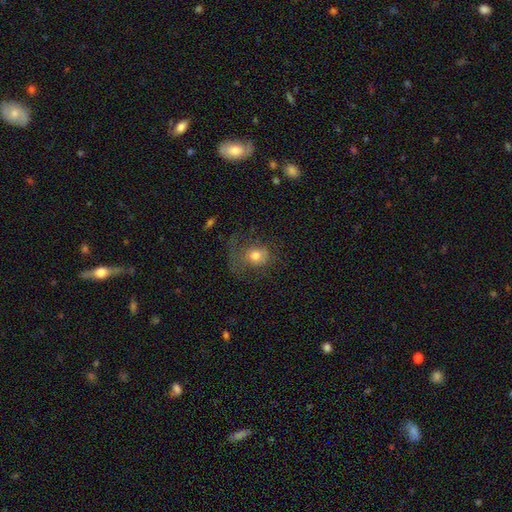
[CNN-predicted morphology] smooth 67%, featured or disk 22%, star or artifact 12%. Down the decision tree: how rounded — round (63%); merging — none (40%).